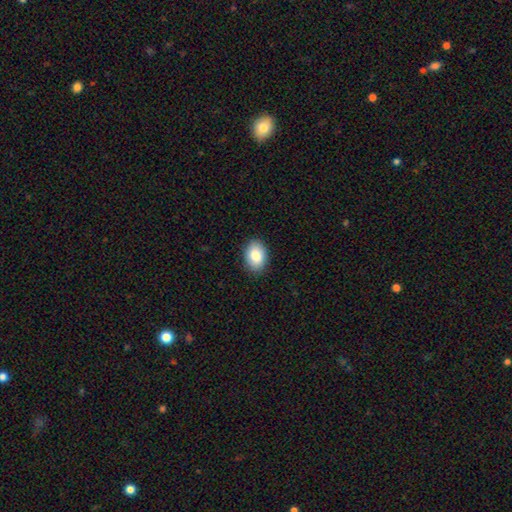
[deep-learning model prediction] A smooth galaxy with no disk features (85%) that is in between round and cigar-shaped (84%). Merging: none (89%).